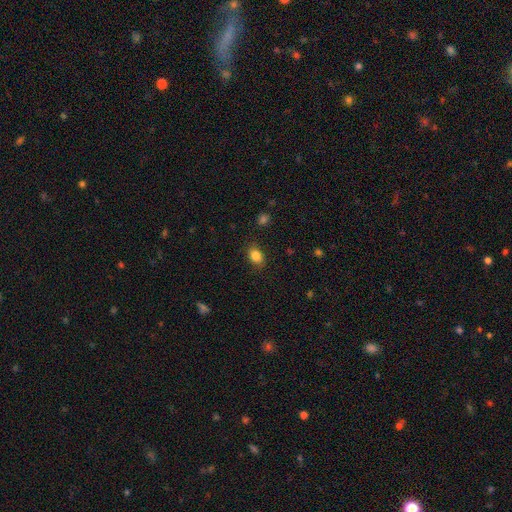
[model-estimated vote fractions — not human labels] smooth_or_featured: smooth (p=0.84) [alt: star or artifact p=0.10]
how_rounded: in between (p=0.72) [alt: round p=0.26]
merging: none (p=0.85) [alt: minor disturbance p=0.11]